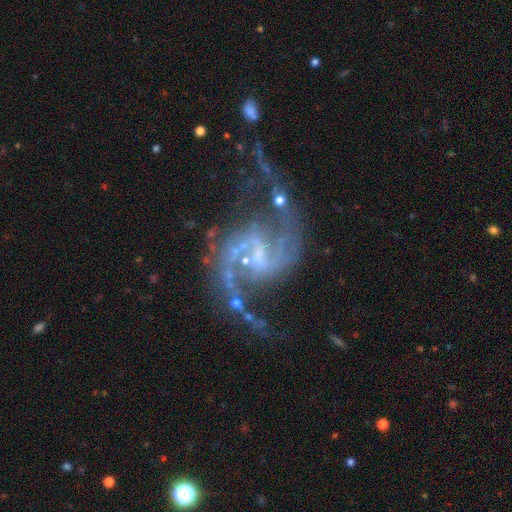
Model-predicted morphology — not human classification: This is clearly a featured or disk galaxy (93%). It is clearly not viewed edge-on (98%). Bar: possibly weak (53%). Spiral arm pattern: clearly yes (98%). Spiral arm count: clearly 2 (93%). Spiral winding: possibly loose (48%). Central bulge: marginally small (44%). Merging: possibly none (55%).